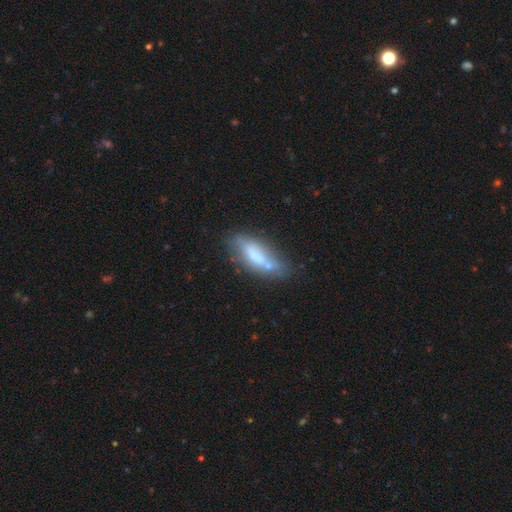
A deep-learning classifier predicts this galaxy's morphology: smooth 53%, featured or disk 39%, star or artifact 9%. Down the decision tree: how rounded — in between (59%); merging — none (49%).